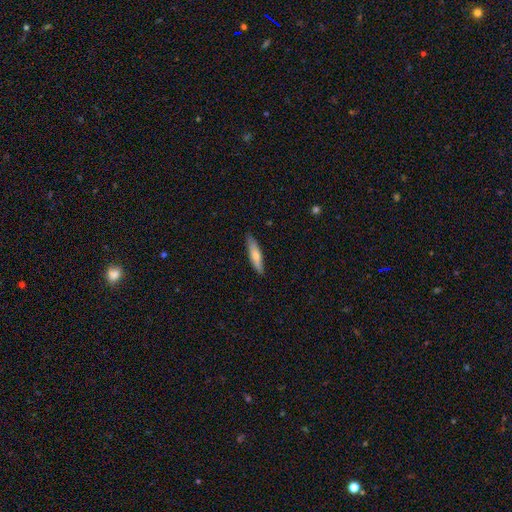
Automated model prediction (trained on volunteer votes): Smooth or featured: smooth — 64% (featured or disk — 30%)
How rounded: cigar-shaped — 77% (in between — 21%)
Merging: none — 88% (minor disturbance — 10%)